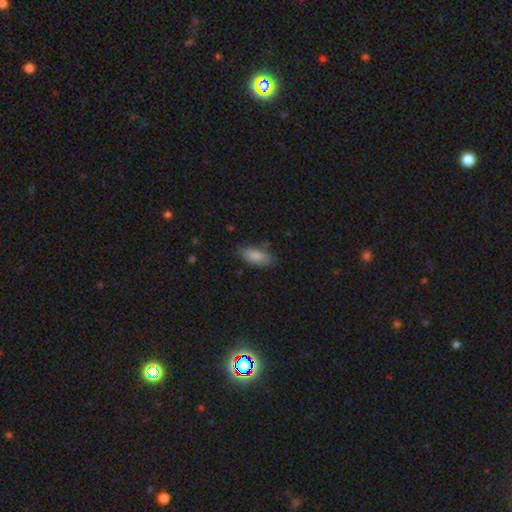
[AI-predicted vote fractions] Smooth or featured? smooth (84%)
How rounded? in between (83%)
Merging? none (69%)